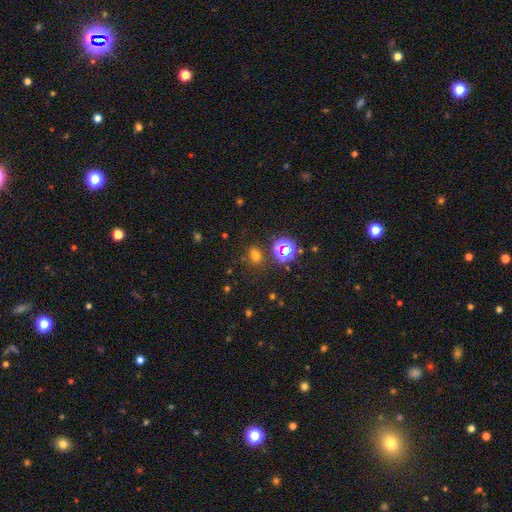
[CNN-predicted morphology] This is possibly a smooth galaxy (56%). How rounded: possibly round (51%). Merging: likely none (73%).